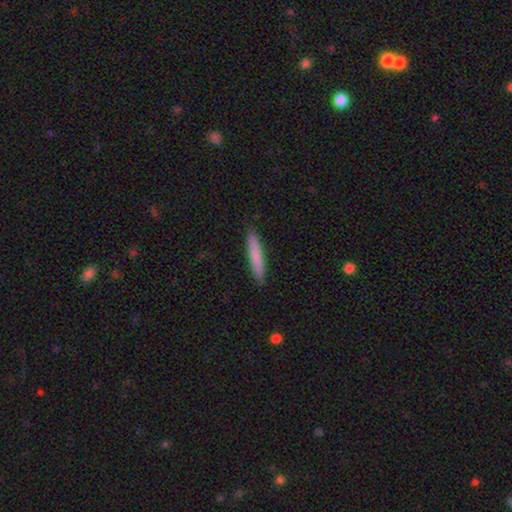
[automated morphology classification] smooth 79%, featured or disk 16%, star or artifact 6%. Down the decision tree: how rounded — cigar-shaped (93%); merging — none (90%).